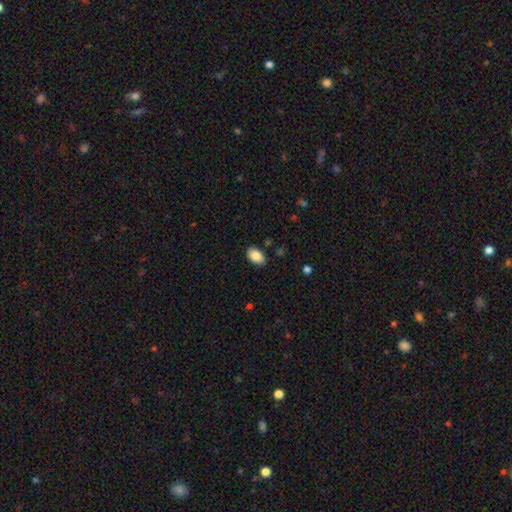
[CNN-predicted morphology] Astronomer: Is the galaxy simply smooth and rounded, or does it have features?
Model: smooth — 86%.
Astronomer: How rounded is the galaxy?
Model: in between — 91%.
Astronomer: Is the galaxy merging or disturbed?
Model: none — 86%.